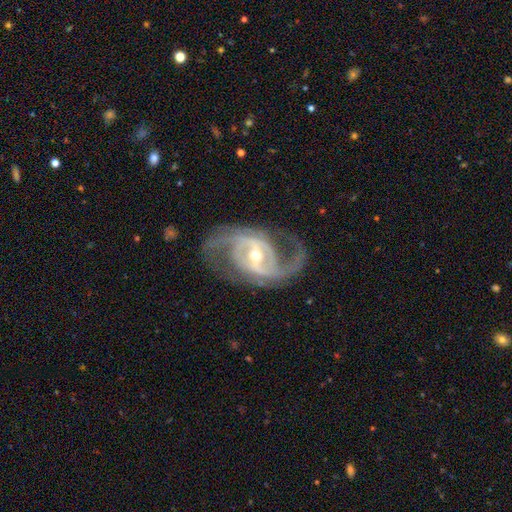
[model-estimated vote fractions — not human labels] Q: Smooth or featured?
A: featured or disk (92%); runner-up: star or artifact (5%)
Q: Edge-on disk?
A: no (97%); runner-up: yes (3%)
Q: Bar?
A: strong (48%); runner-up: weak (37%)
Q: Spiral arms?
A: yes (97%); runner-up: no (3%)
Q: Spiral winding?
A: medium (55%); runner-up: loose (27%)
Q: Spiral arm count?
A: 2 (86%); runner-up: 3 (5%)
Q: Bulge size?
A: small (55%); runner-up: moderate (41%)
Q: Merging?
A: none (73%); runner-up: minor disturbance (14%)